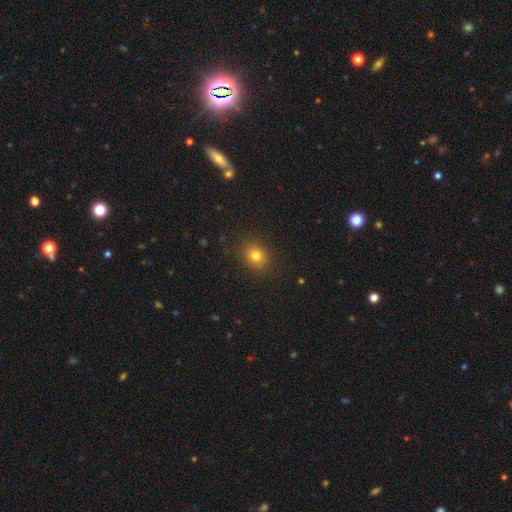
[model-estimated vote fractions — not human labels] smooth_or_featured: smooth (p=0.79) [alt: star or artifact p=0.14]
how_rounded: round (p=0.73) [alt: in between p=0.26]
merging: none (p=0.88) [alt: minor disturbance p=0.09]